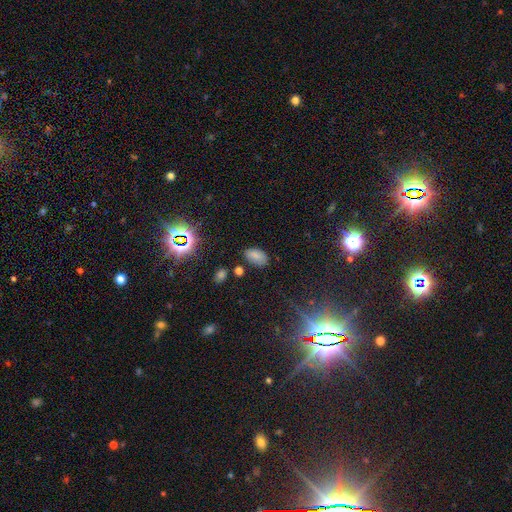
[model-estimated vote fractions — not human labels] smooth 77%, star or artifact 16%, featured or disk 7%. Down the decision tree: how rounded — in between (93%); merging — none (77%).